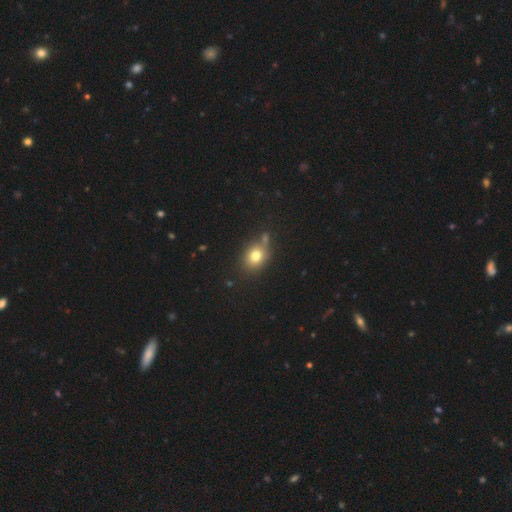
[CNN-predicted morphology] The model was most divided on "how rounded": round: 55%, in between: 44%, cigar-shaped: 1%. More confident: smooth or featured — smooth (77%); merging — none (68%).